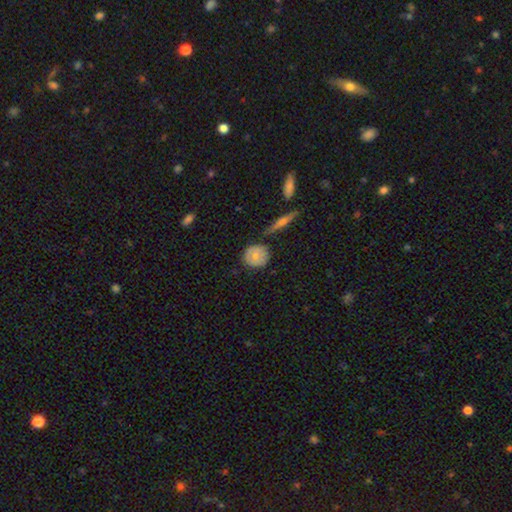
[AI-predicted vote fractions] Overall: smooth (67%). How rounded: round (81%). Merging: none (75%).